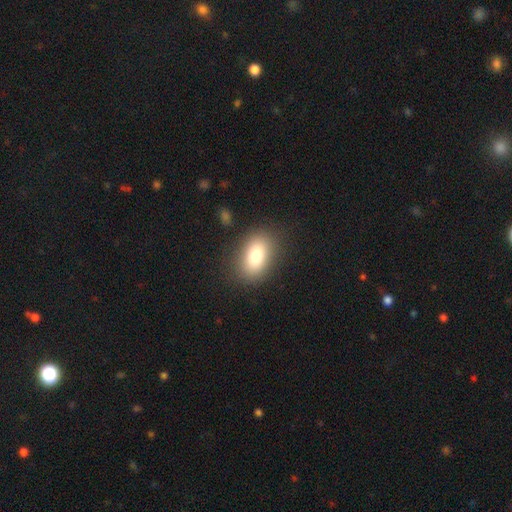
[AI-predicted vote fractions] Smooth or featured? Predicted: smooth (p=0.82). How rounded? Predicted: in between (p=0.86). Merging? Predicted: none (p=0.84).